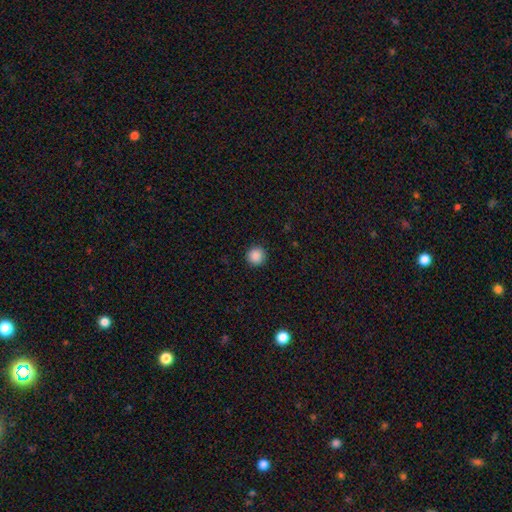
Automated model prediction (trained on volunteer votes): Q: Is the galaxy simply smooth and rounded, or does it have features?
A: smooth — 88%.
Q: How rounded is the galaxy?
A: round — 95%.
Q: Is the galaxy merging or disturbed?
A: none — 92%.